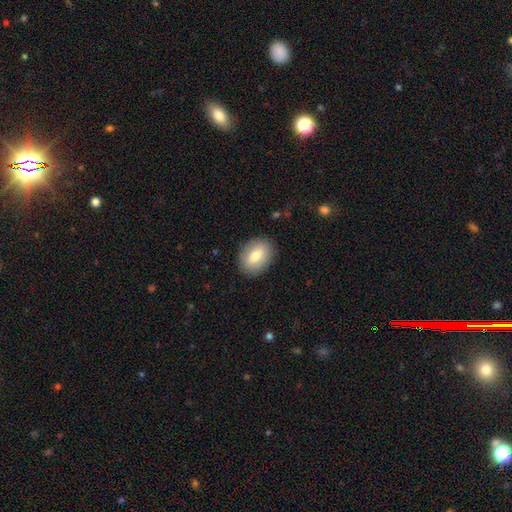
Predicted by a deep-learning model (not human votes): Q: Smooth or featured?
A: smooth (73%); runner-up: featured or disk (20%)
Q: How rounded?
A: in between (73%); runner-up: round (25%)
Q: Merging?
A: none (88%); runner-up: minor disturbance (9%)